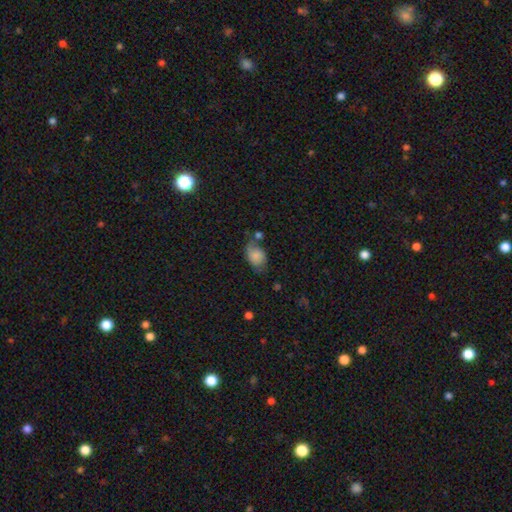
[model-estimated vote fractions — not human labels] This is likely a smooth galaxy (75%). How rounded: likely in between (76%). Merging: possibly none (45%).